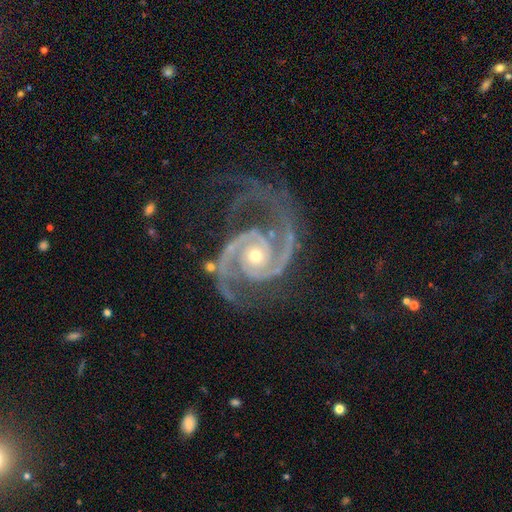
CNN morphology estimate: This appears to be a featured or disk galaxy (94%) with no bar (71%), 2 (86%) medium (53%) spiral arms (99%) and a moderate central bulge (48%, tied with small). Merging: none (67%).